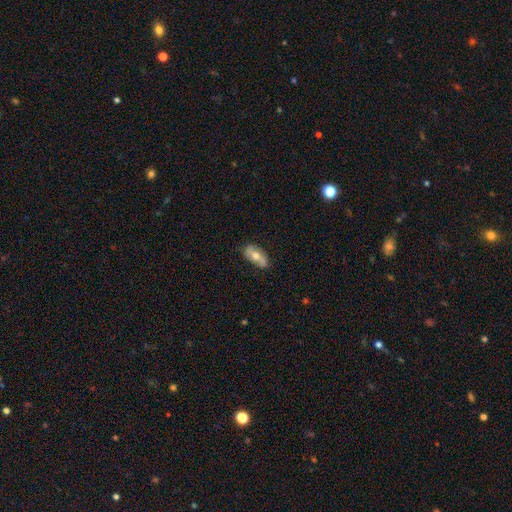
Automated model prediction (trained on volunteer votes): Q: Smooth or featured?
A: smooth (52%); runner-up: featured or disk (42%)
Q: How rounded?
A: in between (87%); runner-up: cigar-shaped (9%)
Q: Merging?
A: none (77%); runner-up: minor disturbance (18%)